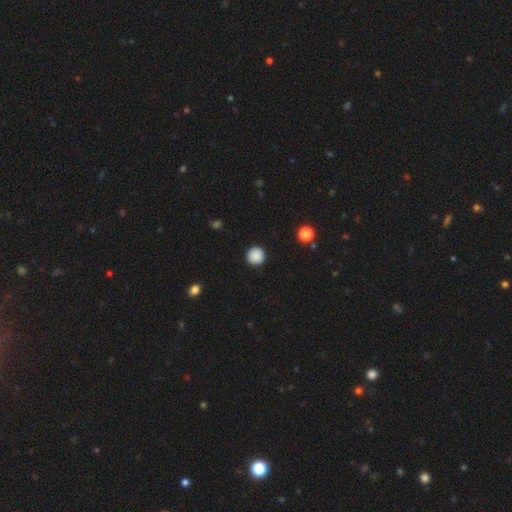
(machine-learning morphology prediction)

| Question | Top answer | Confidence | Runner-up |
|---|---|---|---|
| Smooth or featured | smooth | 87% | star or artifact (9%) |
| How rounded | round | 96% | in between (4%) |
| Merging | none | 92% | minor disturbance (5%) |